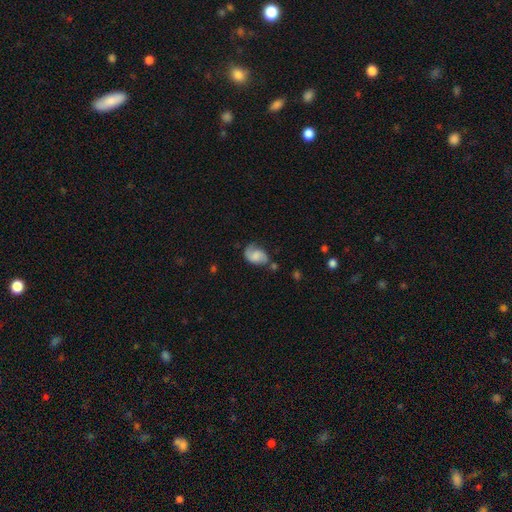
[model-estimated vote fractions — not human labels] featured or disk 53%, smooth 39%, star or artifact 9%. Down the decision tree: edge-on disk — no (97%); bar — no (54%); spiral arms — yes (90%); bulge size — none (36%); merging — none (54%).